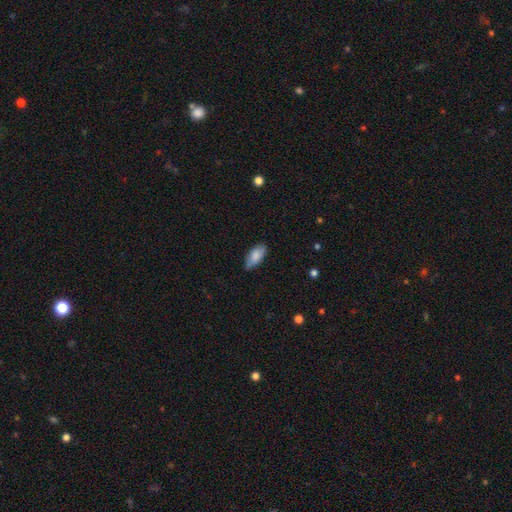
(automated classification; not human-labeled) Smooth or featured? smooth (80%)
How rounded? in between (89%)
Merging? none (76%)